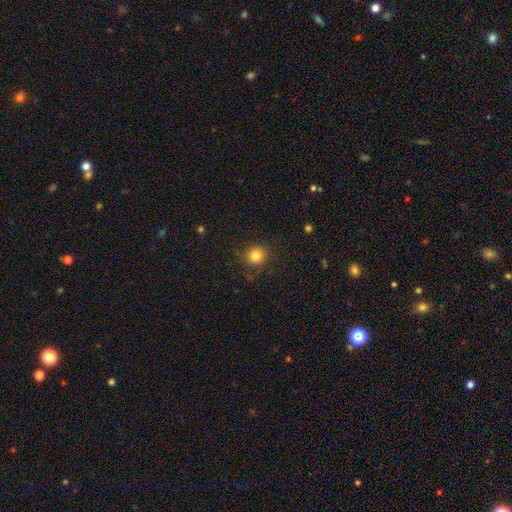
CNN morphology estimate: Smooth or featured? Predicted: smooth (p=0.84). How rounded? Predicted: round (p=0.90). Merging? Predicted: none (p=0.86).